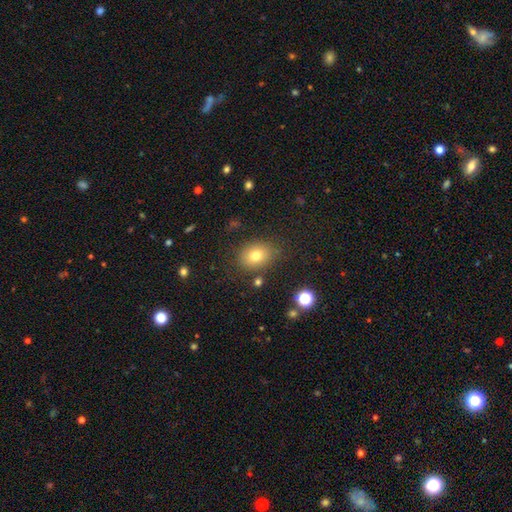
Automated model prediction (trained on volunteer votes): A smooth galaxy with no disk features (75%) that is in between round and cigar-shaped (53%).

Vote fractions:
- Smooth or featured? smooth: 75% / star or artifact: 13% / featured or disk: 12%
- How rounded? in between: 53% / round: 46% / cigar-shaped: 1%
- Merging? none: 80% / minor disturbance: 12% / major disturbance: 4% / merger: 3%